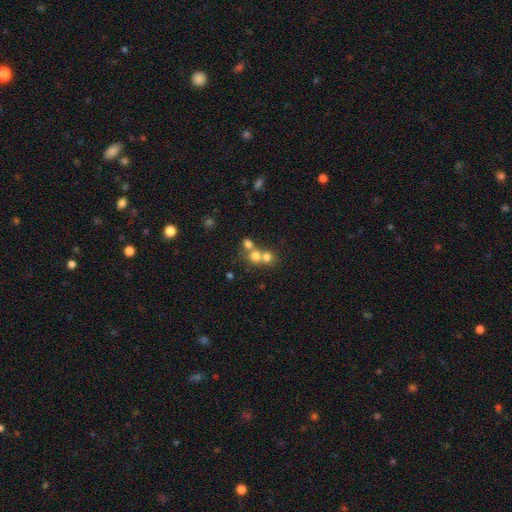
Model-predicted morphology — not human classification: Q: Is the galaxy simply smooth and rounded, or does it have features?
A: smooth — 69%.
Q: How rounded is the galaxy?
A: round — 83%.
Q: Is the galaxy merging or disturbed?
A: merger — 56%.